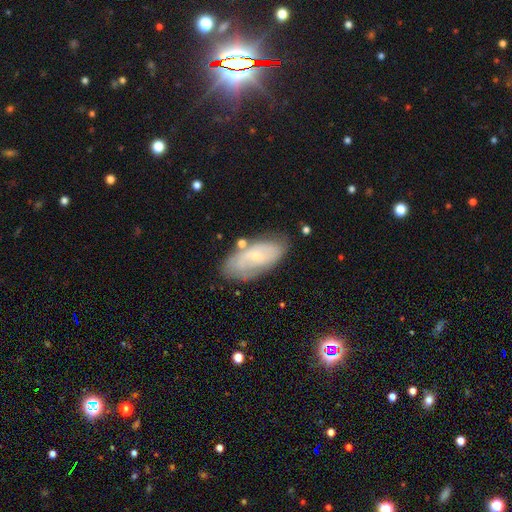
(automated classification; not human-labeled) smooth_or_featured: featured or disk (p=0.59) [alt: smooth p=0.34]
disk_edge_on: no (p=0.91) [alt: yes p=0.09]
bar: no (p=0.69) [alt: weak p=0.25]
has_spiral_arms: yes (p=0.69) [alt: no p=0.31]
bulge_size: small (p=0.77) [alt: moderate p=0.18]
merging: none (p=0.71) [alt: minor disturbance p=0.20]